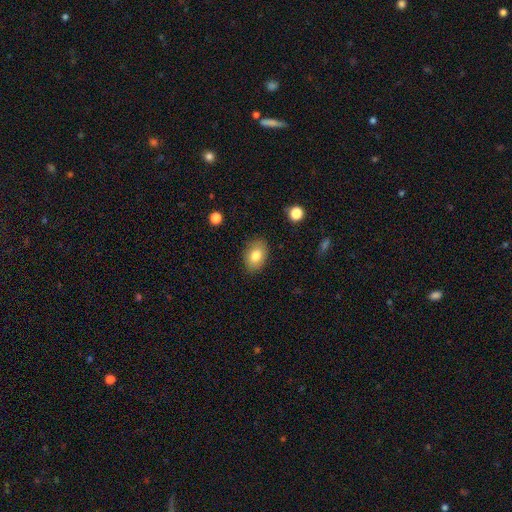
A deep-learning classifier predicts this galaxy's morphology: Smooth or featured? smooth (81%)
How rounded? in between (79%)
Merging? none (85%)